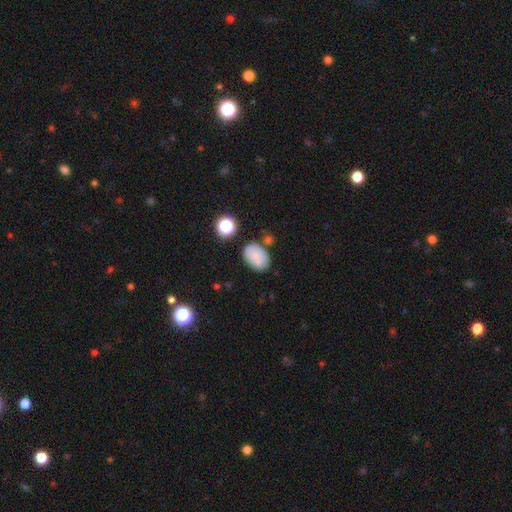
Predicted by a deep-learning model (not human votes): A smooth galaxy with no disk features (78%) that is in between round and cigar-shaped (81%).

Vote fractions:
- Smooth or featured? smooth: 78% / featured or disk: 11% / star or artifact: 11%
- How rounded? in between: 81% / round: 18% / cigar-shaped: 1%
- Merging? none: 68% / minor disturbance: 18% / merger: 9% / major disturbance: 5%